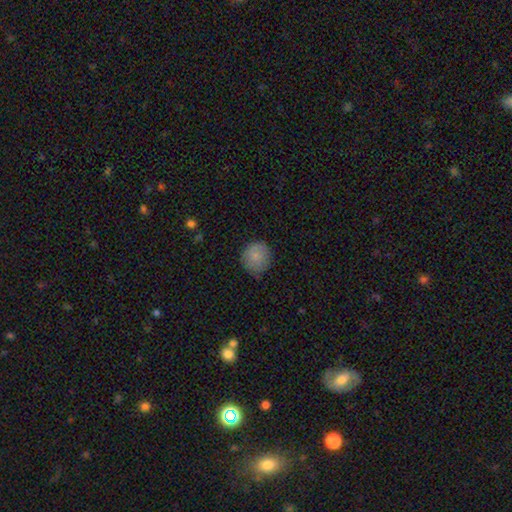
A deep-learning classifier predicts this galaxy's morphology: smooth-or-featured: smooth: 85% | star or artifact: 8% | featured or disk: 7%
  how-rounded: round: 86% | in between: 13% | cigar-shaped: 1%
  merging: none: 78% | minor disturbance: 17% | major disturbance: 4% | merger: 1%